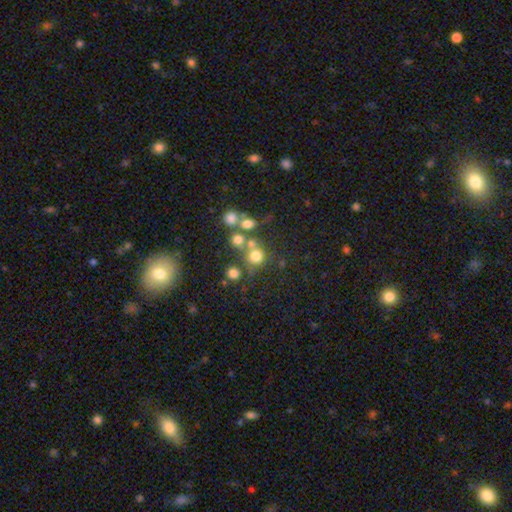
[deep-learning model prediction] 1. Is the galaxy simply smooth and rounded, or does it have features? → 69% smooth, 18% star or artifact, 13% featured or disk.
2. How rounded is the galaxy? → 88% round, 11% in between, 1% cigar-shaped.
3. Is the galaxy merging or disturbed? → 57% none, 27% merger, 9% minor disturbance, 6% major disturbance.